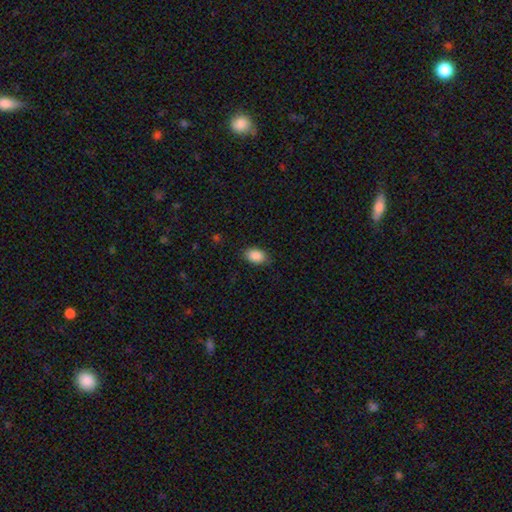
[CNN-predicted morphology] Overall: smooth (89%). How rounded: in between (89%). Merging: none (84%).